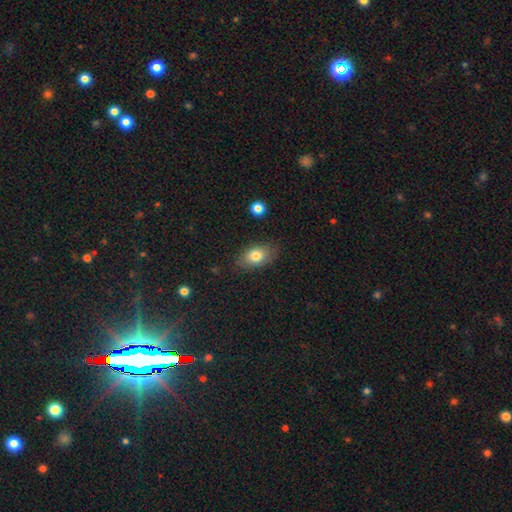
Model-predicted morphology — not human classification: type=smooth (78%); roundness=in between (83%); merging=none (79%).